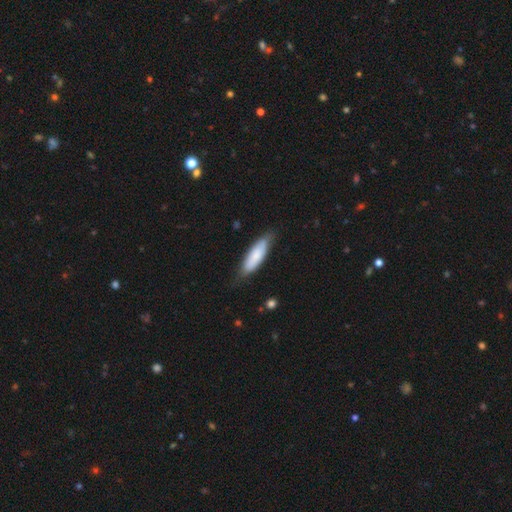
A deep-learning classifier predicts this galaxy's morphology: A smooth galaxy with no disk features (76%) that is cigar-shaped (50%).

Vote fractions:
- Smooth or featured? smooth: 76% / featured or disk: 19% / star or artifact: 6%
- How rounded? cigar-shaped: 50% / in between: 48% / round: 1%
- Merging? none: 73% / minor disturbance: 22% / major disturbance: 4% / merger: 2%